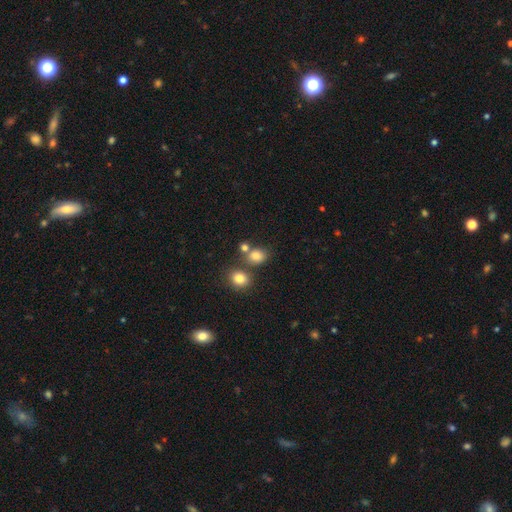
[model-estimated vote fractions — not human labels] smooth 79%, star or artifact 13%, featured or disk 8%. Down the decision tree: how rounded — round (59%); merging — none (60%).